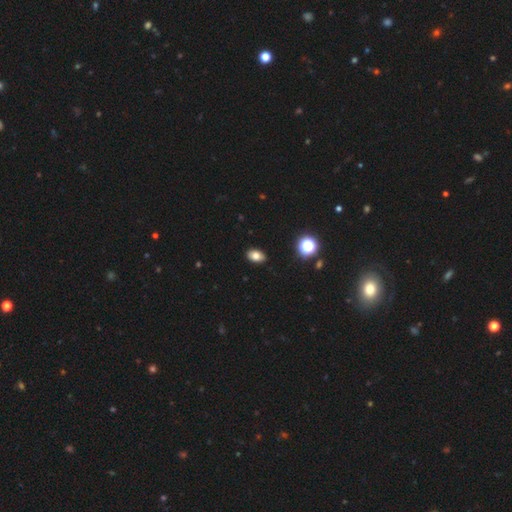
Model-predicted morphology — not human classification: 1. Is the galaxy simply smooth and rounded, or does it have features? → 80% smooth, 12% star or artifact, 9% featured or disk.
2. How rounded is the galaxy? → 87% in between, 12% round, 1% cigar-shaped.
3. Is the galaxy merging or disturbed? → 89% none, 8% minor disturbance, 2% major disturbance, 1% merger.